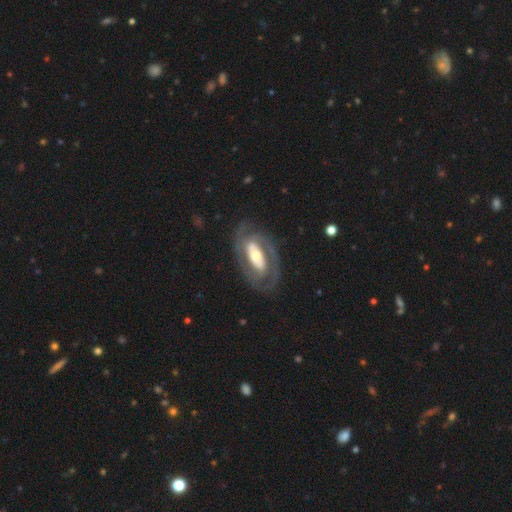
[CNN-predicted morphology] A featured or disk galaxy (82%) with a strong bar (39%), 2 (75%) tight (53%) spiral arms (83%) and a moderate central bulge (56%). Merging: none (76%).